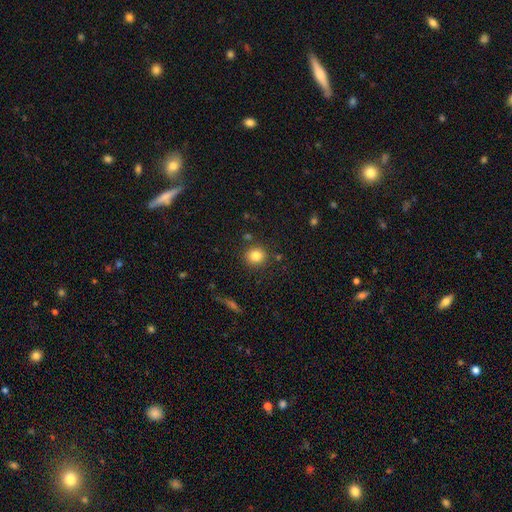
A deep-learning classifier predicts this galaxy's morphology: The model was most divided on "smooth or featured": smooth: 82%, star or artifact: 11%, featured or disk: 7%. More confident: merging — none (87%); how rounded — round (86%).